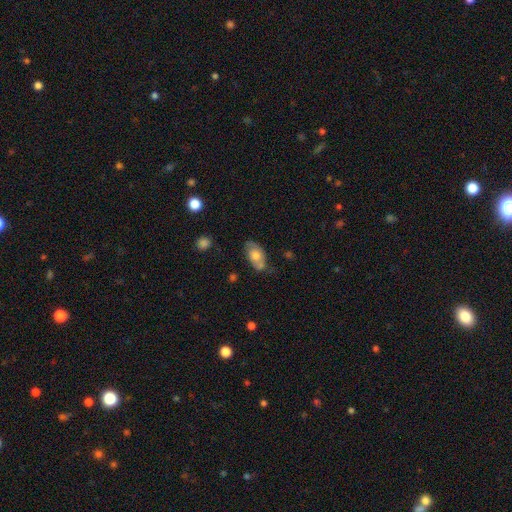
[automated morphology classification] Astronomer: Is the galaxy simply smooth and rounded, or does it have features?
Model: smooth — 63%.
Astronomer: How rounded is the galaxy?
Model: in between — 90%.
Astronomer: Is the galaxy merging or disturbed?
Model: none — 60%.